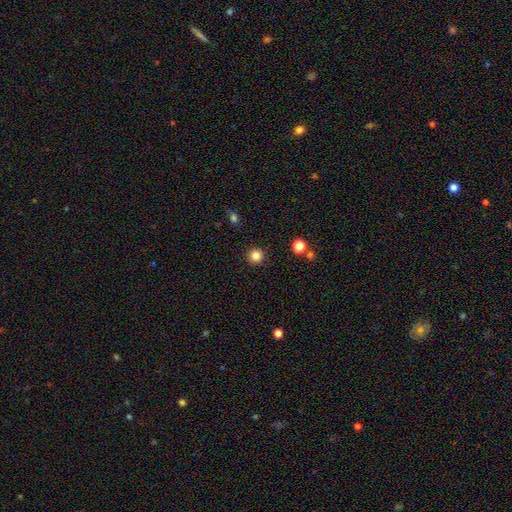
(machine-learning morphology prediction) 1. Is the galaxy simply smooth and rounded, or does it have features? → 84% smooth, 12% star or artifact, 4% featured or disk.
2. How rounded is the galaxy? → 96% round, 3% in between, 1% cigar-shaped.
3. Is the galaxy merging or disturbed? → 93% none, 4% minor disturbance, 2% major disturbance, 1% merger.